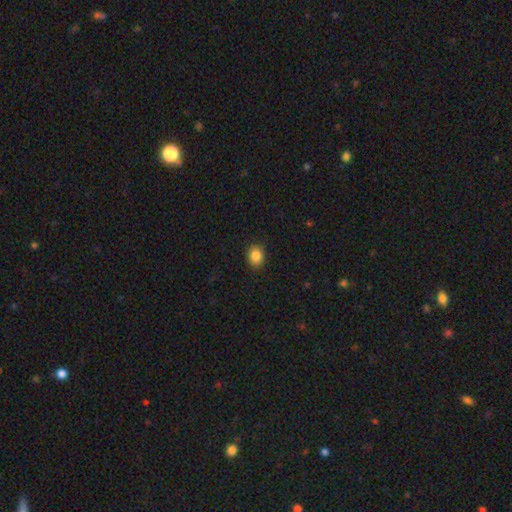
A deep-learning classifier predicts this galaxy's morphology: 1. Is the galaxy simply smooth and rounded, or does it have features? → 86% smooth, 9% star or artifact, 5% featured or disk.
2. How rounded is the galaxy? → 52% round, 47% in between, 1% cigar-shaped.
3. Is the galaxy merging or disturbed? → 89% none, 8% minor disturbance, 2% major disturbance, 1% merger.